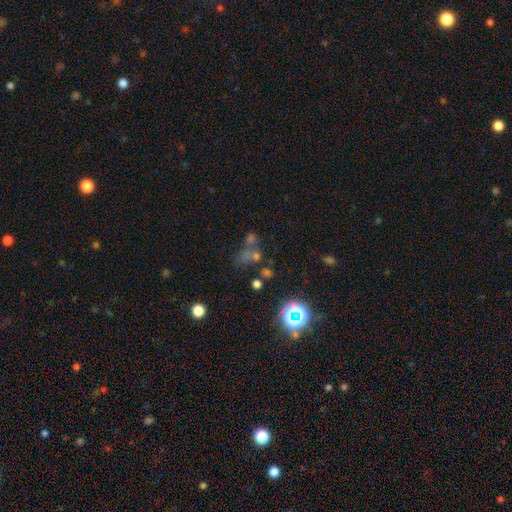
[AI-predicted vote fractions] star or artifact 44%, smooth 39%, featured or disk 17%.